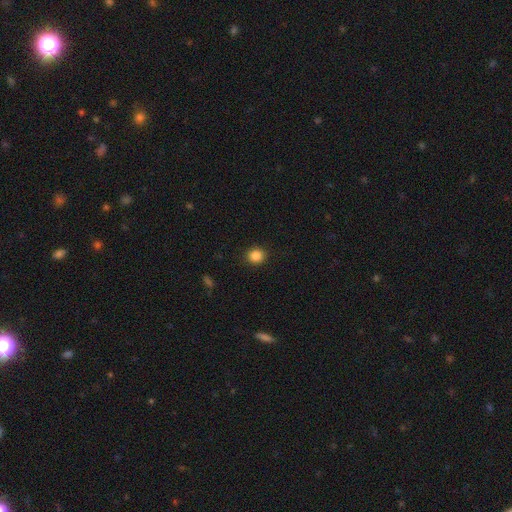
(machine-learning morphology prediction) Q: Smooth or featured?
A: smooth (86%); runner-up: star or artifact (11%)
Q: How rounded?
A: round (83%); runner-up: in between (16%)
Q: Merging?
A: none (91%); runner-up: minor disturbance (6%)